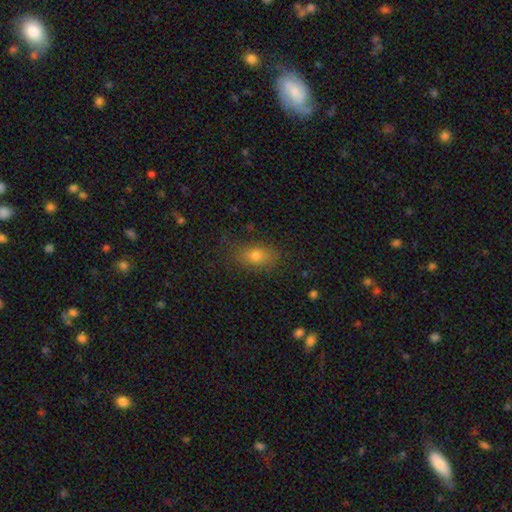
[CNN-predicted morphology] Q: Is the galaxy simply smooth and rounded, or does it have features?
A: smooth — 75%.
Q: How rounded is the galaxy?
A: in between — 75%.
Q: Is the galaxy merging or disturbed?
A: none — 75%.